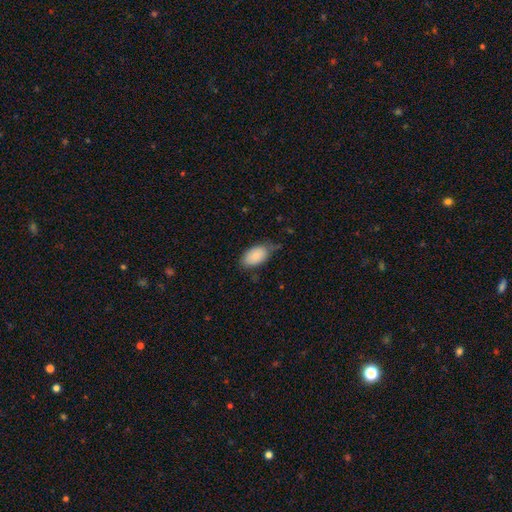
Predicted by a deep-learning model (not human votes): Morphology: type=smooth (86%); roundness=in between (94%); merging=none (57%).